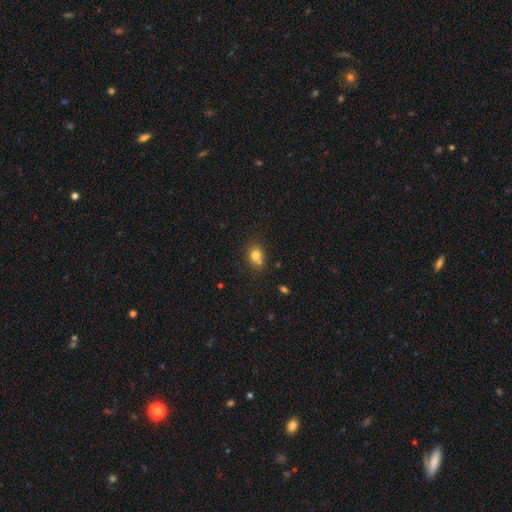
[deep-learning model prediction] smooth 77%, star or artifact 12%, featured or disk 11%. Down the decision tree: how rounded — round (59%); merging — none (55%).